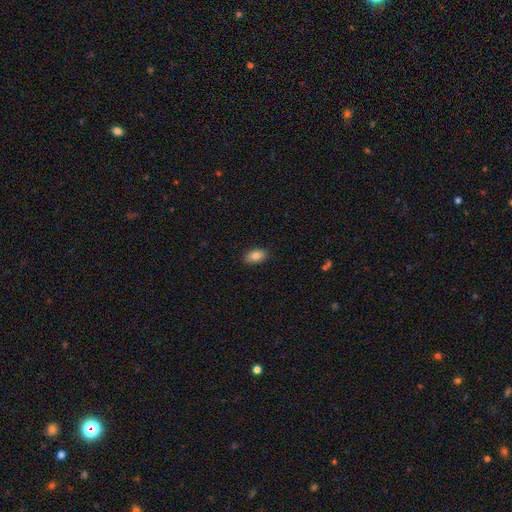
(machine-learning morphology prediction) smooth_or_featured: smooth (p=0.84) [alt: featured or disk p=0.08]
how_rounded: in between (p=0.91) [alt: round p=0.07]
merging: none (p=0.88) [alt: minor disturbance p=0.09]